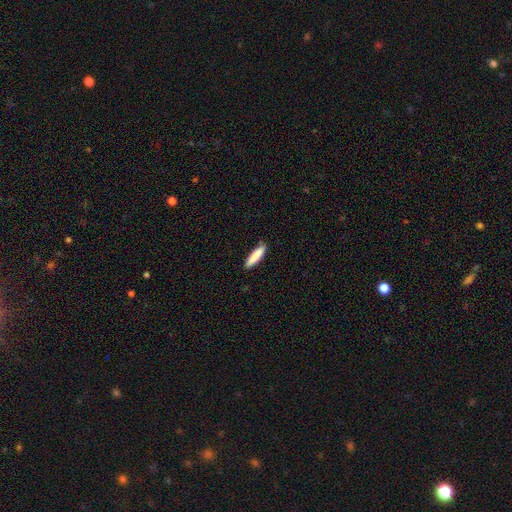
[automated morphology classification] The model was most divided on "how rounded": cigar-shaped: 76%, in between: 23%, round: 1%. More confident: merging — none (88%); smooth or featured — smooth (87%).